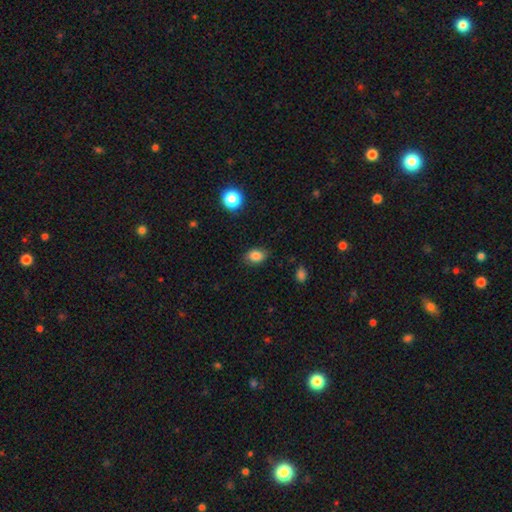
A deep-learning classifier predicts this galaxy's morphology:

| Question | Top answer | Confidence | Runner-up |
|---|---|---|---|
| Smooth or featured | smooth | 85% | star or artifact (10%) |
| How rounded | in between | 74% | round (25%) |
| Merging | none | 82% | minor disturbance (14%) |